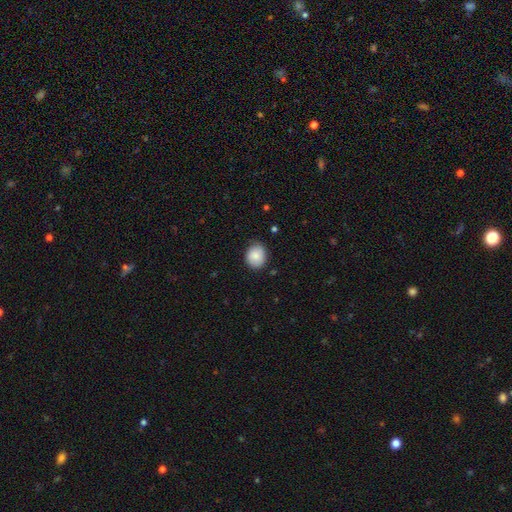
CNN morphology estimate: Smooth or featured?
  - smooth: 85% *
  - star or artifact: 8%
  - featured or disk: 7%
How rounded?
  - round: 58% *
  - in between: 41%
  - cigar-shaped: 1%
Merging?
  - none: 76% *
  - minor disturbance: 20%
  - major disturbance: 3%
  - merger: 1%